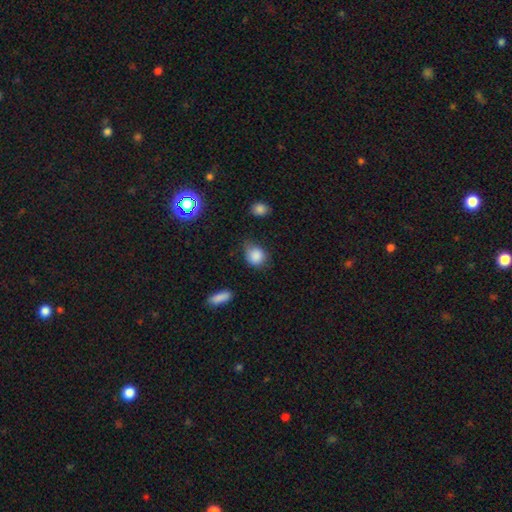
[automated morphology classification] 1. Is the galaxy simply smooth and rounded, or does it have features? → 86% smooth, 9% star or artifact, 5% featured or disk.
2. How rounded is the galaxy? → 63% round, 36% in between, 1% cigar-shaped.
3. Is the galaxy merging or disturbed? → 54% none, 34% minor disturbance, 8% major disturbance, 3% merger.